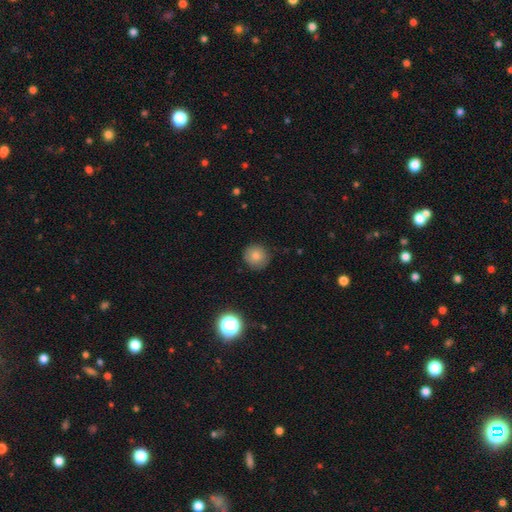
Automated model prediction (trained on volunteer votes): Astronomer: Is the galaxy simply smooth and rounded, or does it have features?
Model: smooth — 79%.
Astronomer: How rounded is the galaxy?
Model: round — 93%.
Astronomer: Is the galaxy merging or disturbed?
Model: none — 86%.